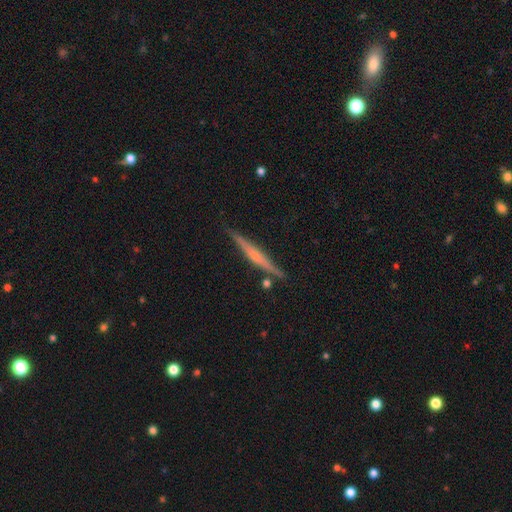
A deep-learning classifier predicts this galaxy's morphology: Q: Smooth or featured?
A: featured or disk (68%); runner-up: smooth (26%)
Q: Edge-on disk?
A: yes (97%); runner-up: no (3%)
Q: Edge-on bulge?
A: rounded (53%); runner-up: none (33%)
Q: Merging?
A: none (85%); runner-up: minor disturbance (10%)